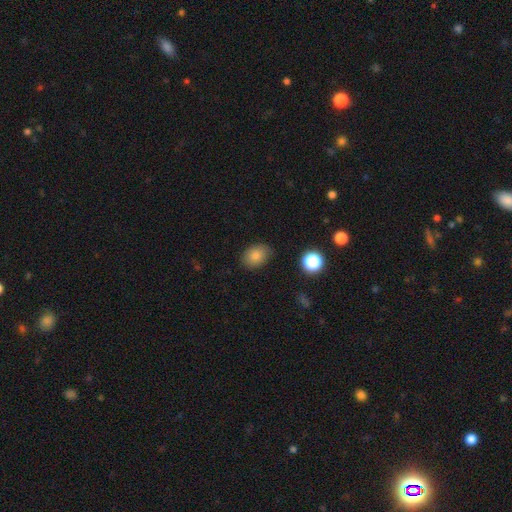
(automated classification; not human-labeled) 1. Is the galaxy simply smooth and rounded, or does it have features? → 83% smooth, 11% star or artifact, 7% featured or disk.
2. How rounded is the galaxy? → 70% in between, 29% round, 1% cigar-shaped.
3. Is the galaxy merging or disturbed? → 84% none, 12% minor disturbance, 3% major disturbance, 2% merger.